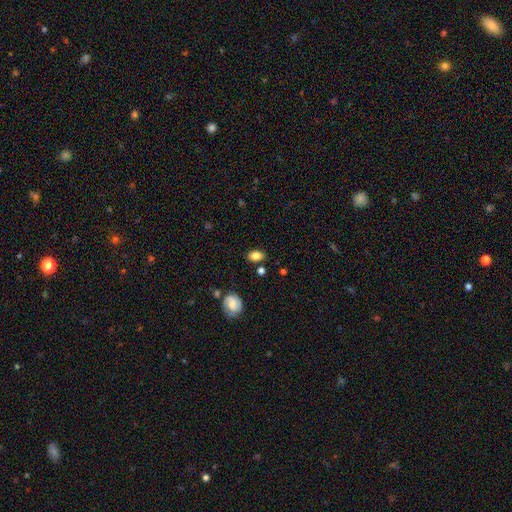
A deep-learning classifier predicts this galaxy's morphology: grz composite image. It shows a smooth galaxy with no disk features (81%) that is in between round and cigar-shaped (81%). Merging: none (80%).